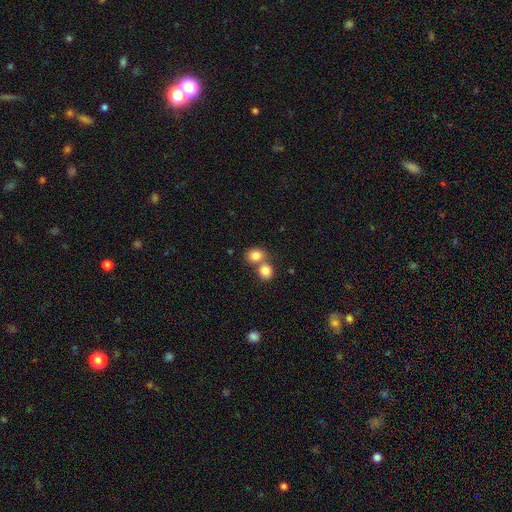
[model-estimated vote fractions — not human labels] smooth 82%, star or artifact 10%, featured or disk 8%. Down the decision tree: how rounded — round (66%); merging — merger (51%).